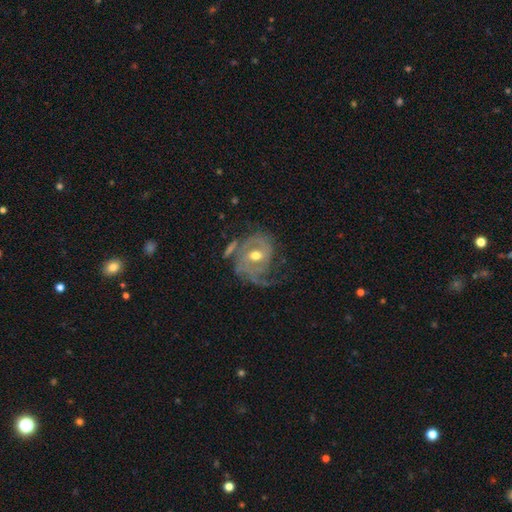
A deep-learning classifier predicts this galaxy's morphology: smooth_or_featured: featured or disk (p=0.82) [alt: smooth p=0.12]
disk_edge_on: no (p=0.97) [alt: yes p=0.03]
bar: no (p=0.47) [alt: weak p=0.40]
has_spiral_arms: yes (p=0.89) [alt: no p=0.11]
spiral_winding: tight (p=0.46) [alt: medium p=0.35]
spiral_arm_count: 2 (p=0.38) [alt: can't tell p=0.23]
bulge_size: moderate (p=0.74) [alt: small p=0.19]
merging: none (p=0.44) [alt: major disturbance p=0.26]